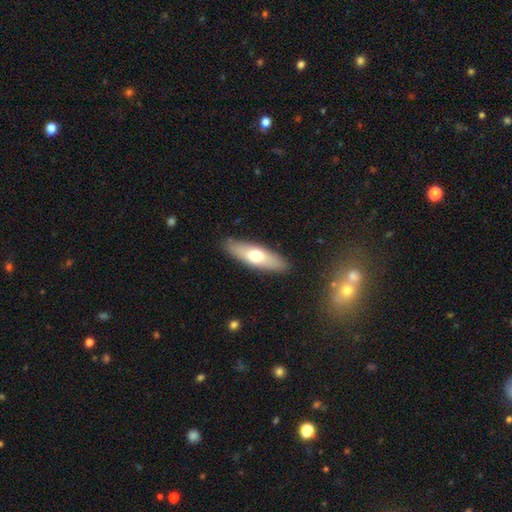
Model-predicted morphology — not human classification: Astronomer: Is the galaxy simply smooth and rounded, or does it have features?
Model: smooth — 62%.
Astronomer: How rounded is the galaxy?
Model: cigar-shaped — 50% (runner-up: in between, 48%).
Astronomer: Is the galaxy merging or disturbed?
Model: none — 88%.